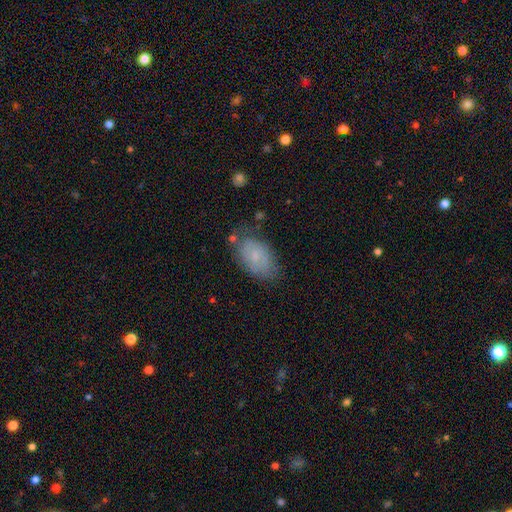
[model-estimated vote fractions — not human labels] The model was most divided on "smooth or featured": smooth: 62%, featured or disk: 29%, star or artifact: 8%. More confident: how rounded — in between (91%); merging — none (61%).